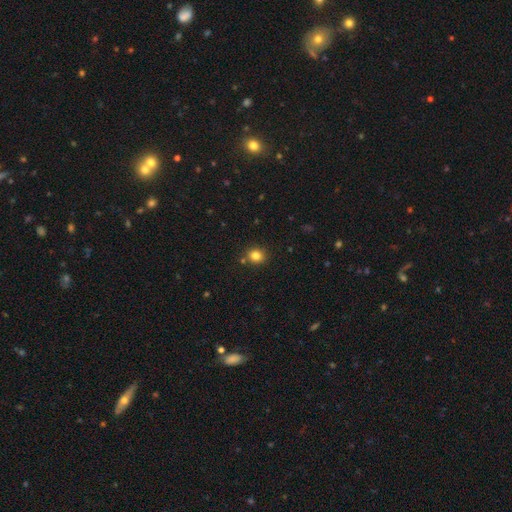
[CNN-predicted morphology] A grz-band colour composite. It shows a smooth galaxy with no disk features (81%) that is round (78%). Merging: none (83%).